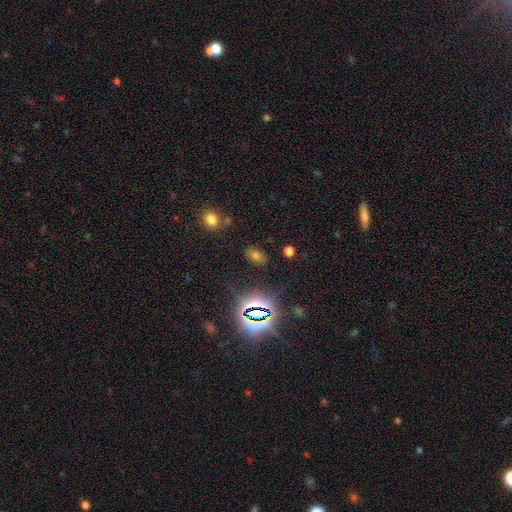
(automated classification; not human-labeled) This appears to be a star or artifact, not a galaxy (45%, tied with smooth).